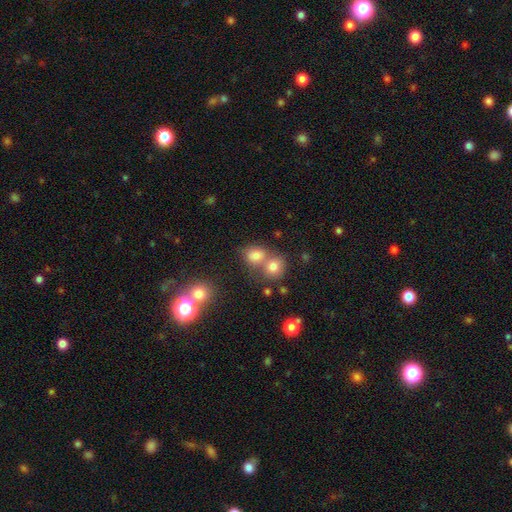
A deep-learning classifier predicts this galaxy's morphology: Smooth or featured: smooth — 76% (star or artifact — 15%)
How rounded: round — 70% (in between — 29%)
Merging: none — 46% (merger — 42%)